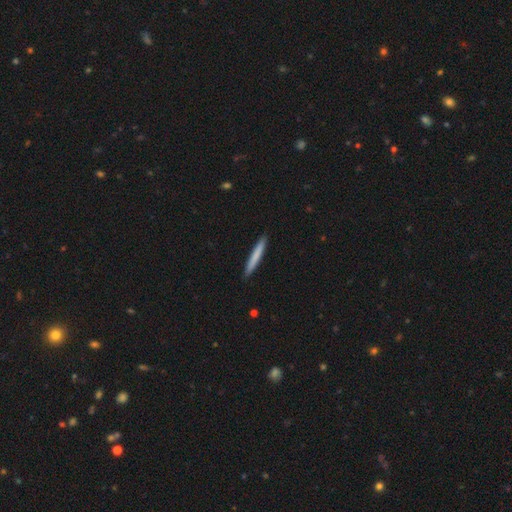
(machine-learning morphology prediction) smooth-or-featured: smooth: 75% | featured or disk: 20% | star or artifact: 5%
  how-rounded: cigar-shaped: 96% | in between: 2% | round: 1%
  merging: none: 91% | minor disturbance: 6% | major disturbance: 1% | merger: 1%